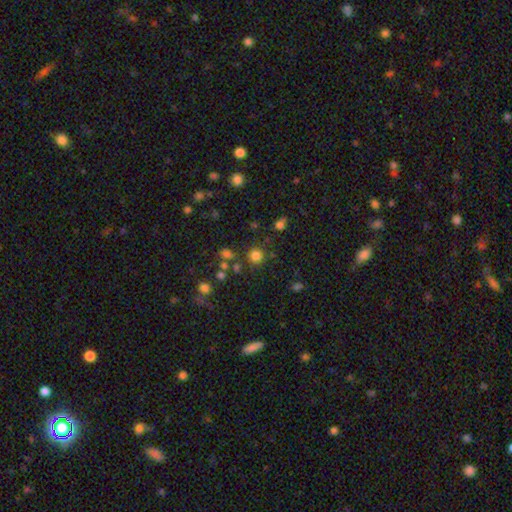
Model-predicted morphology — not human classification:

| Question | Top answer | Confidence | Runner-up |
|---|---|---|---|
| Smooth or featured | smooth | 77% | star or artifact (18%) |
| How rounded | round | 92% | in between (8%) |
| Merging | none | 80% | minor disturbance (9%) |